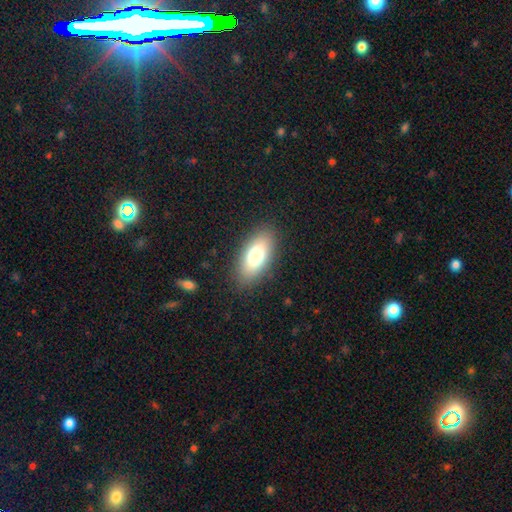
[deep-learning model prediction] Smooth or featured: smooth — 75% (featured or disk — 17%)
How rounded: in between — 86% (cigar-shaped — 10%)
Merging: none — 86% (minor disturbance — 9%)